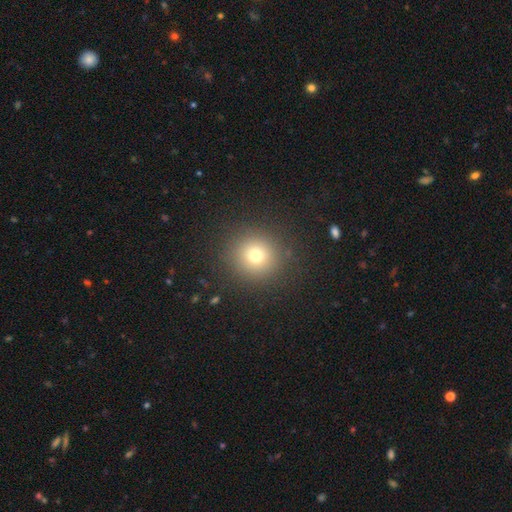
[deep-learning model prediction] Overall: smooth (73%). How rounded: round (92%). Merging: none (89%).